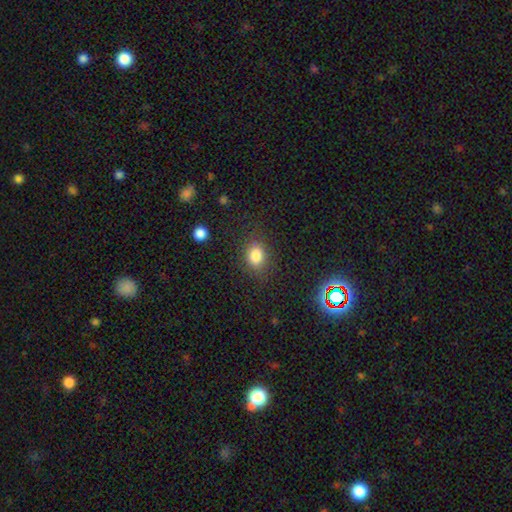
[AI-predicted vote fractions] Overall: smooth (81%). How rounded: round (50%; in between 48%). Merging: none (80%).